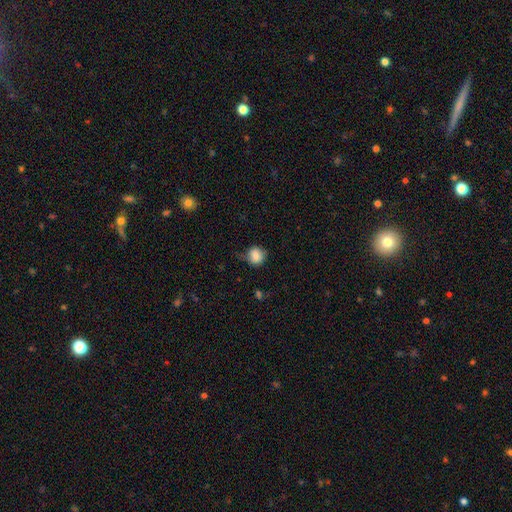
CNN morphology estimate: This is clearly a smooth galaxy (82%). How rounded: clearly round (81%). Merging: possibly none (54%).